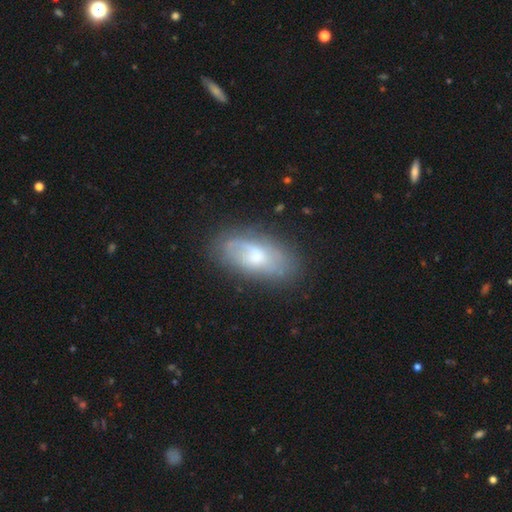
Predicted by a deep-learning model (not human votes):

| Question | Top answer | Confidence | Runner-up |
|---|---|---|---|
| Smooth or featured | smooth | 48% | featured or disk (45%) |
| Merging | none | 66% | minor disturbance (22%) |